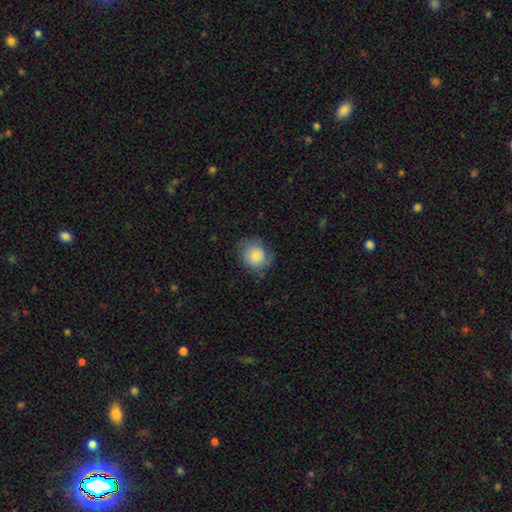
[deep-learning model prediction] smooth_or_featured: smooth (p=0.80) [alt: featured or disk p=0.13]
how_rounded: round (p=0.75) [alt: in between p=0.25]
merging: none (p=0.69) [alt: minor disturbance p=0.23]